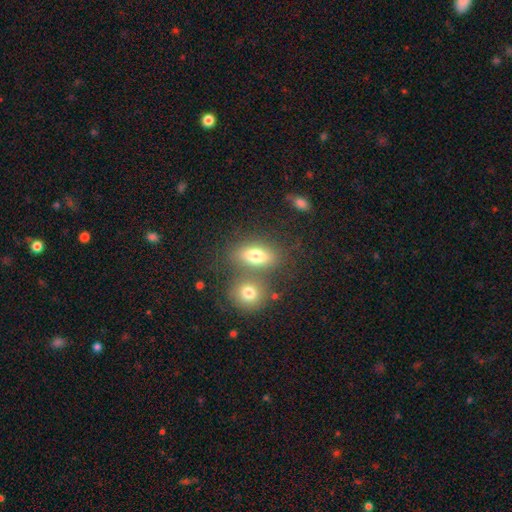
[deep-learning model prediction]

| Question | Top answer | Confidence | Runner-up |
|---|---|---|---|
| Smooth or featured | smooth | 75% | featured or disk (15%) |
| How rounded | in between | 80% | round (14%) |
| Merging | none | 52% | merger (33%) |